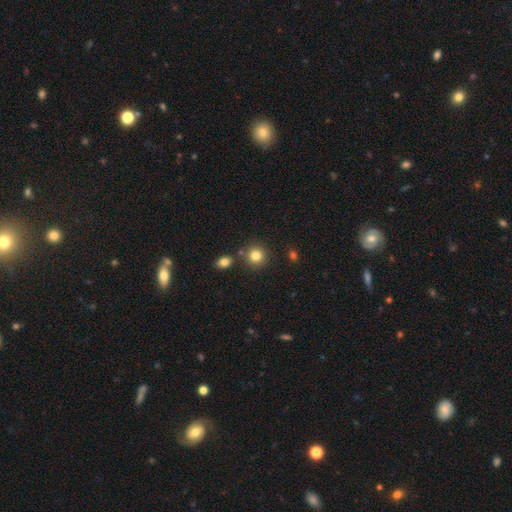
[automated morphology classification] Smooth or featured: smooth — 83% (star or artifact — 11%)
How rounded: round — 89% (in between — 10%)
Merging: none — 80% (merger — 9%)